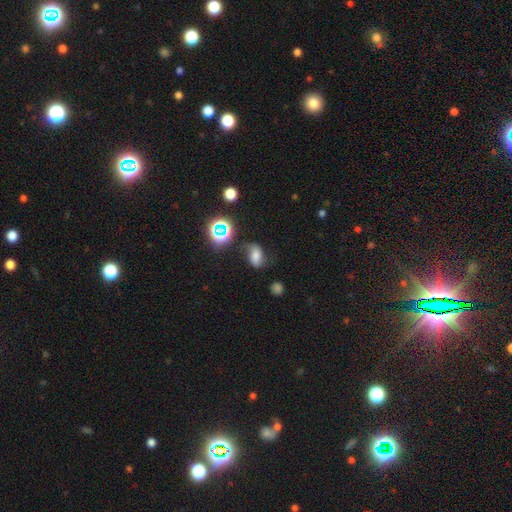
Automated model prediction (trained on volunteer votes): Smooth or featured?
  - smooth: 51% *
  - featured or disk: 29%
  - star or artifact: 20%
How rounded?
  - in between: 77% *
  - round: 20%
  - cigar-shaped: 3%
Merging?
  - none: 60% *
  - minor disturbance: 25%
  - major disturbance: 12%
  - merger: 4%